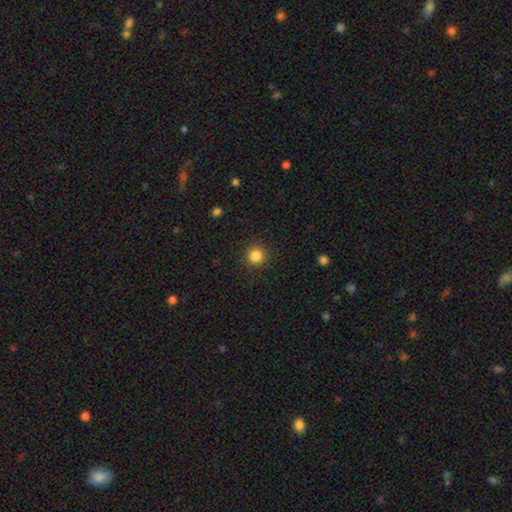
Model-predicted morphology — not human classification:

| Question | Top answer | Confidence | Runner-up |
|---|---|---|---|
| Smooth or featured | smooth | 85% | star or artifact (11%) |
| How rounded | round | 94% | in between (5%) |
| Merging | none | 91% | minor disturbance (6%) |